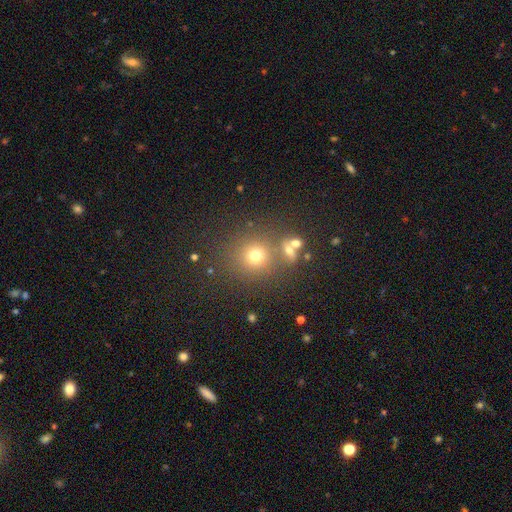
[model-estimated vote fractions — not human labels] Overall: smooth (71%). How rounded: round (89%). Merging: none (73%).